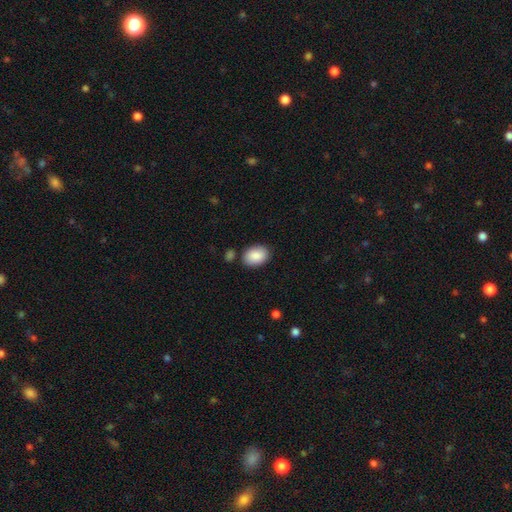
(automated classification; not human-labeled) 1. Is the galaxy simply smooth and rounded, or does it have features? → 89% smooth, 6% star or artifact, 5% featured or disk.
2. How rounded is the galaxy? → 83% in between, 16% round, 1% cigar-shaped.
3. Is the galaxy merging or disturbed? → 82% none, 11% minor disturbance, 4% merger, 3% major disturbance.